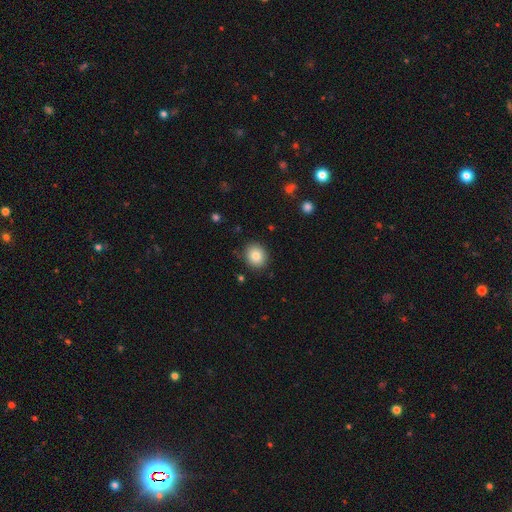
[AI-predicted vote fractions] Smooth or featured? Predicted: smooth (p=0.82). How rounded? Predicted: round (p=0.71). Merging? Predicted: none (p=0.88).